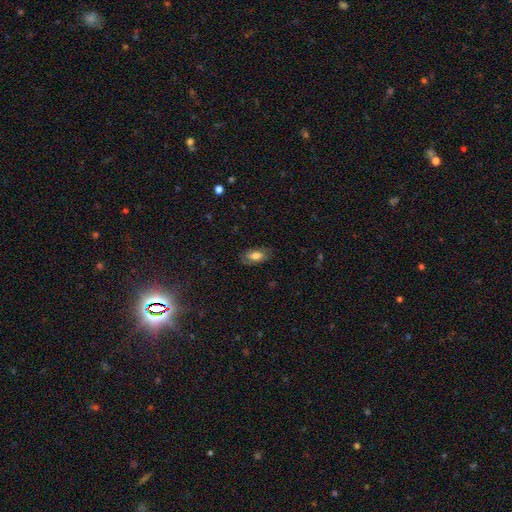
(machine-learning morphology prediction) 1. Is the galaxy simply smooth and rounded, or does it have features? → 72% smooth, 20% featured or disk, 8% star or artifact.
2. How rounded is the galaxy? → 90% in between, 6% cigar-shaped, 4% round.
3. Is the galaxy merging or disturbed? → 80% none, 15% minor disturbance, 4% major disturbance, 1% merger.